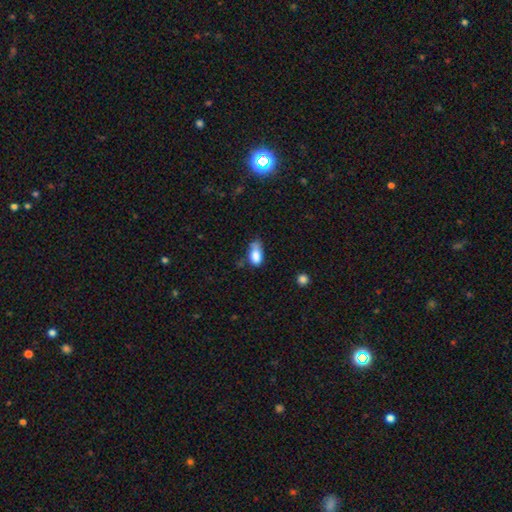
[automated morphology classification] smooth 81%, featured or disk 10%, star or artifact 9%. Down the decision tree: how rounded — in between (89%); merging — minor disturbance (43%).